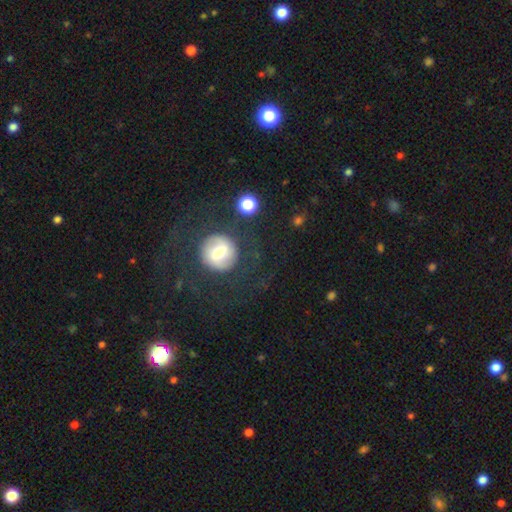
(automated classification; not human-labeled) A featured or disk galaxy (43%).

Vote fractions:
- Smooth or featured? featured or disk: 43% / smooth: 42% / star or artifact: 15%
- Merging? none: 74% / major disturbance: 13% / minor disturbance: 10% / merger: 2%